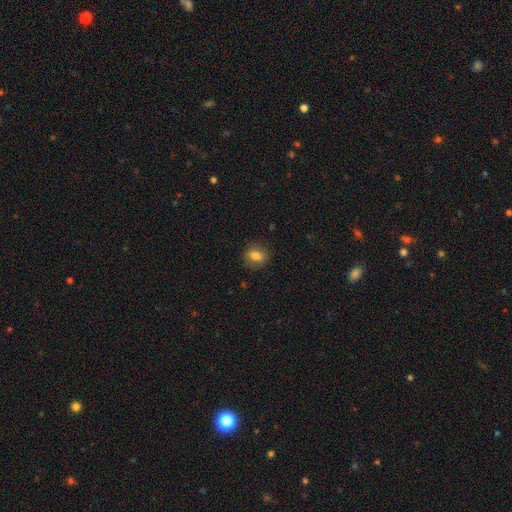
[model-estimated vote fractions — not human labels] The model was most divided on "how rounded": round: 51%, in between: 47%, cigar-shaped: 2%. More confident: merging — none (85%); smooth or featured — smooth (79%).